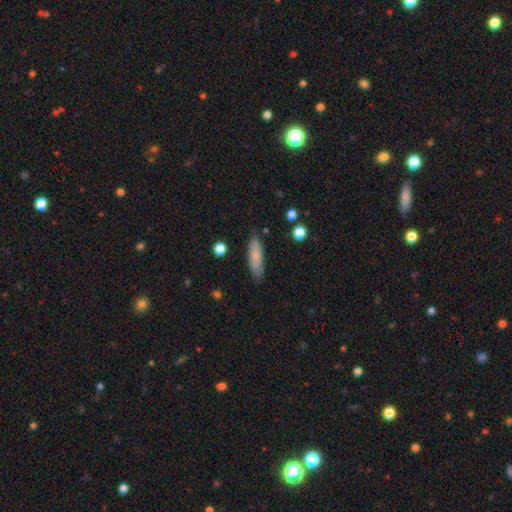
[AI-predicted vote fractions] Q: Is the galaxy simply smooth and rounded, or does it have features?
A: smooth — 77%.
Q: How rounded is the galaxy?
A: cigar-shaped — 63%.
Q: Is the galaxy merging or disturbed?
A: none — 81%.